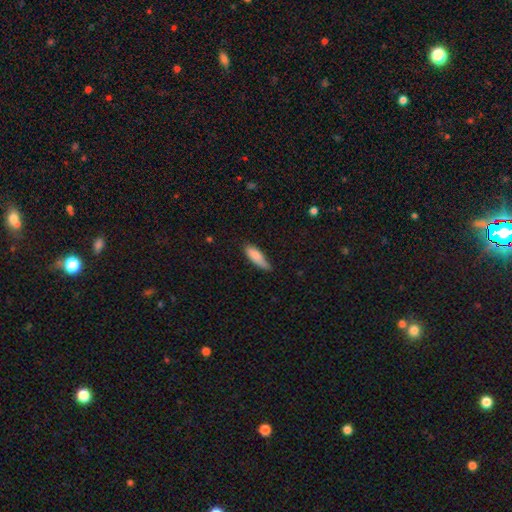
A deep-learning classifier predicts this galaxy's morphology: smooth-or-featured: smooth: 85% | featured or disk: 9% | star or artifact: 6%
  how-rounded: in between: 59% | cigar-shaped: 39% | round: 2%
  merging: none: 55% | minor disturbance: 37% | major disturbance: 7% | merger: 2%